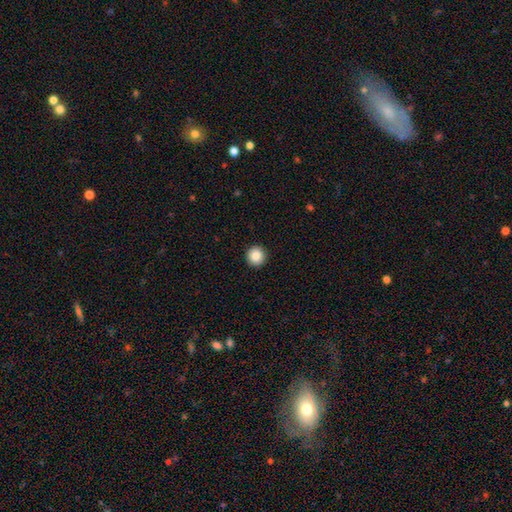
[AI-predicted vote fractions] A smooth galaxy with no disk features (87%) that is round (96%).

Vote fractions:
- Smooth or featured? smooth: 87% / star or artifact: 9% / featured or disk: 4%
- How rounded? round: 96% / in between: 3% / cigar-shaped: 1%
- Merging? none: 93% / minor disturbance: 4% / major disturbance: 1% / merger: 1%